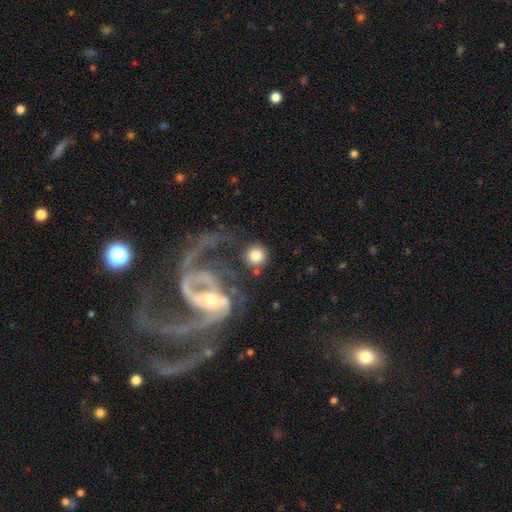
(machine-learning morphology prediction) Q: Smooth or featured?
A: smooth (74%); runner-up: featured or disk (19%)
Q: How rounded?
A: round (91%); runner-up: in between (7%)
Q: Merging?
A: none (66%); runner-up: merger (14%)